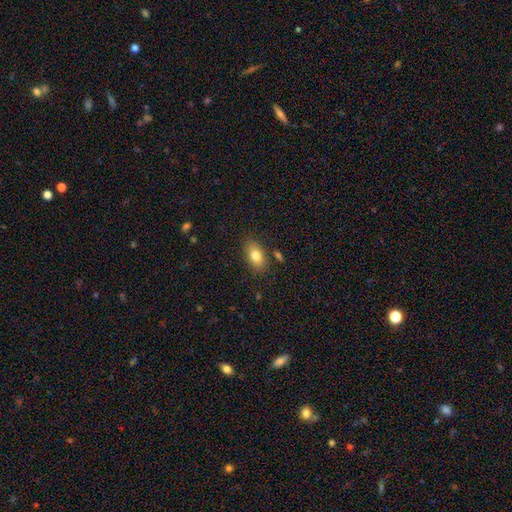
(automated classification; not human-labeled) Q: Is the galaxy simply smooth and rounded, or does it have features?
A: smooth — 81%.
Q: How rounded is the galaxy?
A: in between — 89%.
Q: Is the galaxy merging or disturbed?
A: none — 81%.